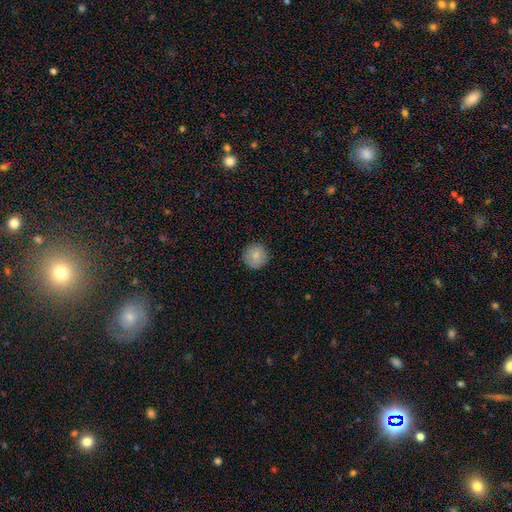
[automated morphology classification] Smooth or featured: smooth — 85% (star or artifact — 8%)
How rounded: round — 93% (in between — 6%)
Merging: none — 88% (minor disturbance — 9%)